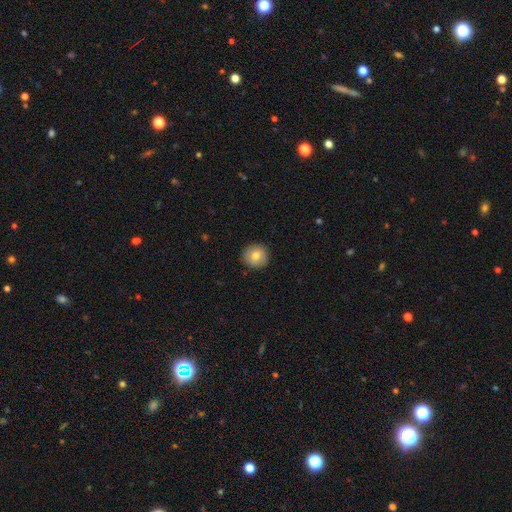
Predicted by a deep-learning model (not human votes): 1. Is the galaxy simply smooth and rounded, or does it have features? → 77% smooth, 14% featured or disk, 9% star or artifact.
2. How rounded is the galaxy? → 93% round, 6% in between, 1% cigar-shaped.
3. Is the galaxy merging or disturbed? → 90% none, 7% minor disturbance, 2% major disturbance, 1% merger.